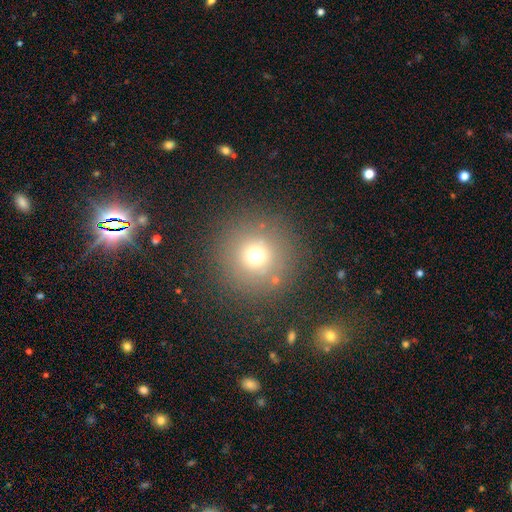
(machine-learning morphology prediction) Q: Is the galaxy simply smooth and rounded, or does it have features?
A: smooth — 68%.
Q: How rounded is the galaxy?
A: round — 96%.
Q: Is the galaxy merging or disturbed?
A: none — 86%.